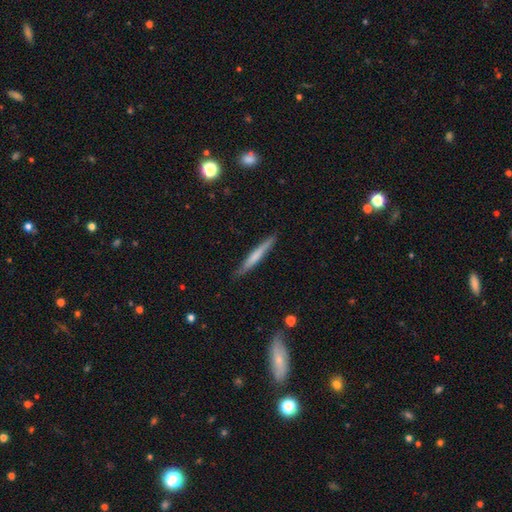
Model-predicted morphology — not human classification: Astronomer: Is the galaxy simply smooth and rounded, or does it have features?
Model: smooth — 61%.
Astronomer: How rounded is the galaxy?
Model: cigar-shaped — 96%.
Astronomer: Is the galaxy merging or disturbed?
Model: none — 87%.